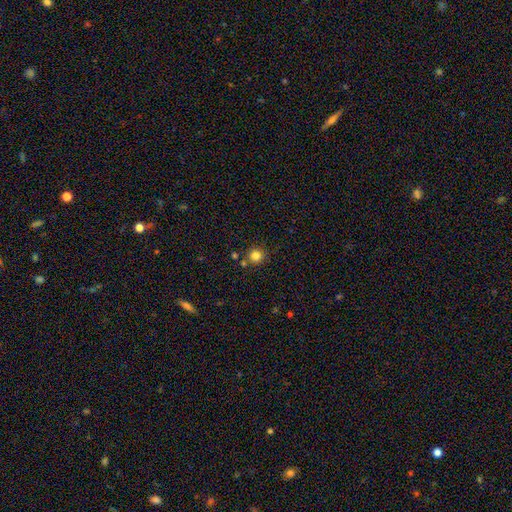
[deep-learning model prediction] Q: Smooth or featured?
A: smooth (82%); runner-up: star or artifact (12%)
Q: How rounded?
A: round (94%); runner-up: in between (5%)
Q: Merging?
A: none (79%); runner-up: merger (10%)